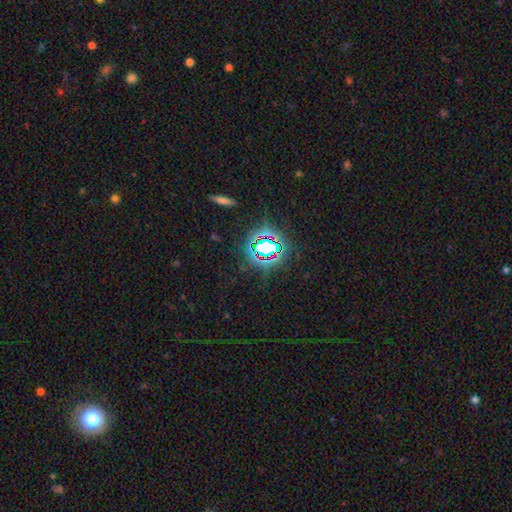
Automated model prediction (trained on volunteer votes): Overall: star or artifact (79%).